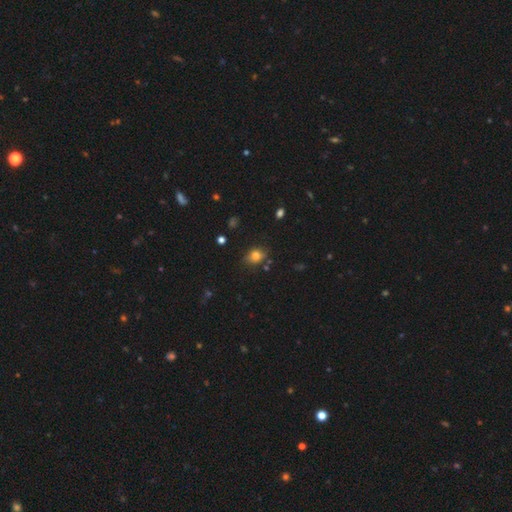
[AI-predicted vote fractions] A smooth galaxy with no disk features (77%) that is round (50%). Merging: none (75%).